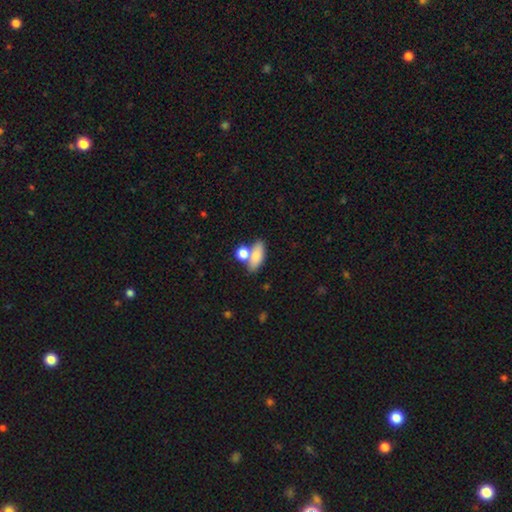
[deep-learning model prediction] Smooth or featured? smooth (79%)
How rounded? in between (74%)
Merging? none (50%)